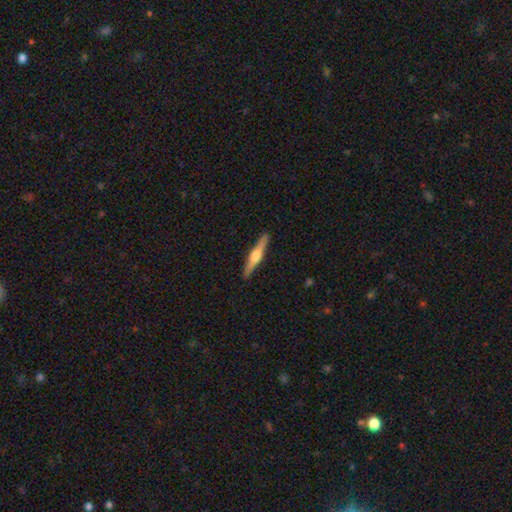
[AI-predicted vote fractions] smooth_or_featured: featured or disk (p=0.65) [alt: smooth p=0.30]
disk_edge_on: yes (p=0.97) [alt: no p=0.03]
edge_on_bulge: rounded (p=0.89) [alt: boxy p=0.07]
merging: none (p=0.91) [alt: minor disturbance p=0.07]